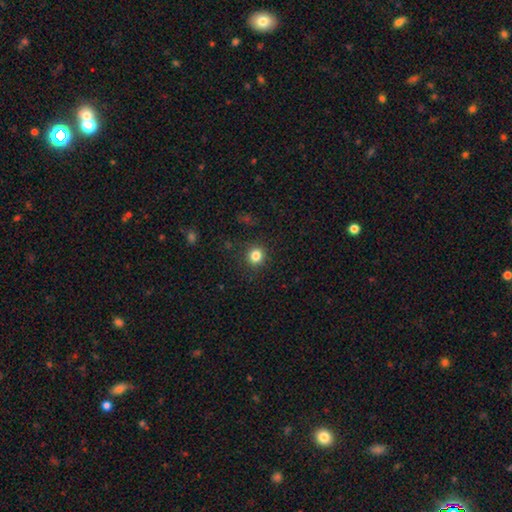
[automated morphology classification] Q: Smooth or featured?
A: smooth (83%); runner-up: star or artifact (12%)
Q: How rounded?
A: round (90%); runner-up: in between (9%)
Q: Merging?
A: none (90%); runner-up: minor disturbance (7%)